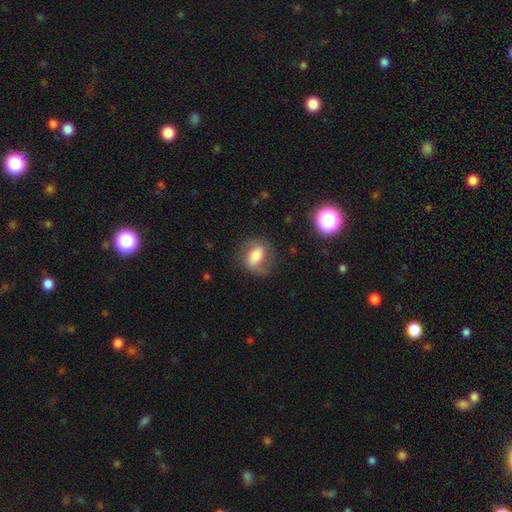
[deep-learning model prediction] Smooth or featured? Predicted: featured or disk (p=0.46). Merging? Predicted: none (p=0.66).